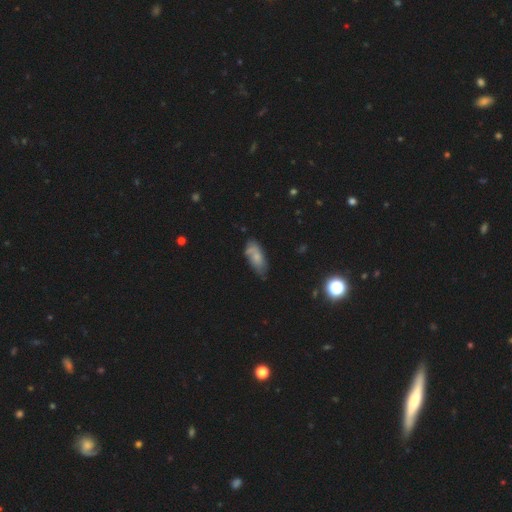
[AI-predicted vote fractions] This appears to be a smooth galaxy with no disk features (64%) that is in between round and cigar-shaped (83%). Merging: none (57%).